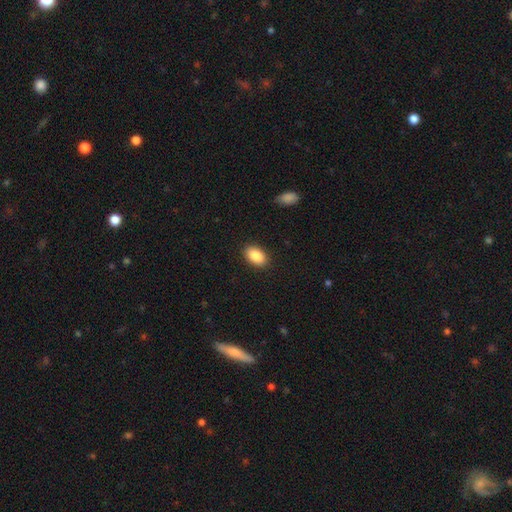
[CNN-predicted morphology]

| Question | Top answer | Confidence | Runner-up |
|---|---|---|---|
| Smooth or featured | smooth | 89% | star or artifact (7%) |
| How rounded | in between | 91% | round (7%) |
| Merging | none | 89% | minor disturbance (8%) |